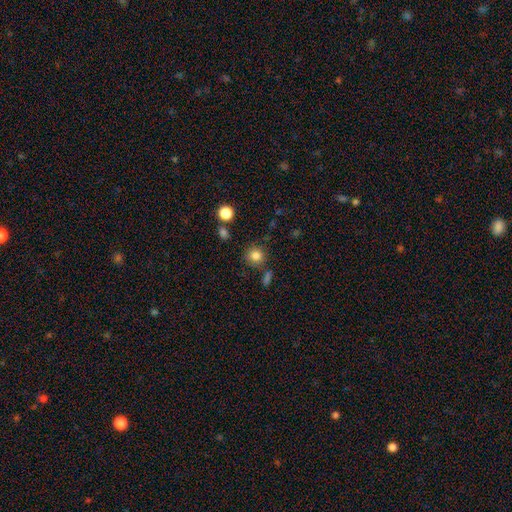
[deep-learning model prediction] A smooth galaxy with no disk features (83%) that is round (89%).

Vote fractions:
- Smooth or featured? smooth: 83% / star or artifact: 11% / featured or disk: 6%
- How rounded? round: 89% / in between: 10% / cigar-shaped: 1%
- Merging? none: 79% / minor disturbance: 11% / merger: 6% / major disturbance: 4%